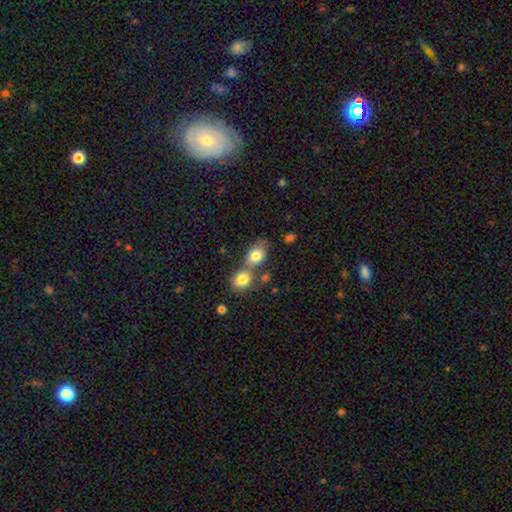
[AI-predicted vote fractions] The model was most divided on "merging": merger: 46%, none: 39%, minor disturbance: 11%, major disturbance: 5%. More confident: smooth or featured — smooth (81%); how rounded — in between (69%).